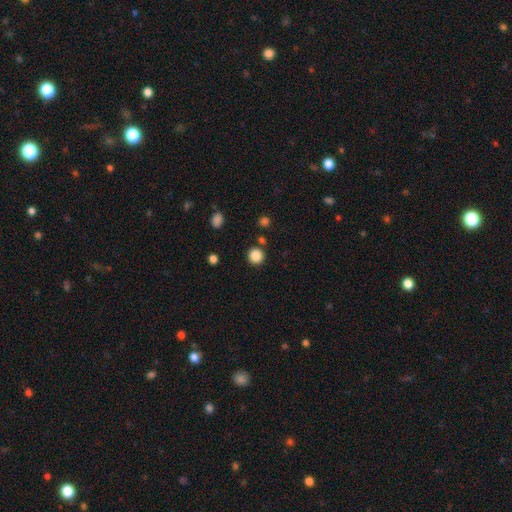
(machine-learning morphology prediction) smooth-or-featured: smooth: 86% | star or artifact: 11% | featured or disk: 3%
  how-rounded: round: 94% | in between: 5% | cigar-shaped: 1%
  merging: none: 87% | minor disturbance: 6% | merger: 4% | major disturbance: 2%